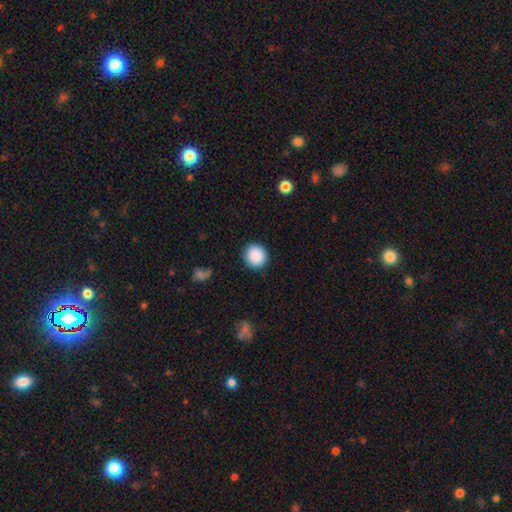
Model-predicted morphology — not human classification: Q: Smooth or featured?
A: smooth (89%); runner-up: star or artifact (8%)
Q: How rounded?
A: round (87%); runner-up: in between (12%)
Q: Merging?
A: none (89%); runner-up: minor disturbance (7%)